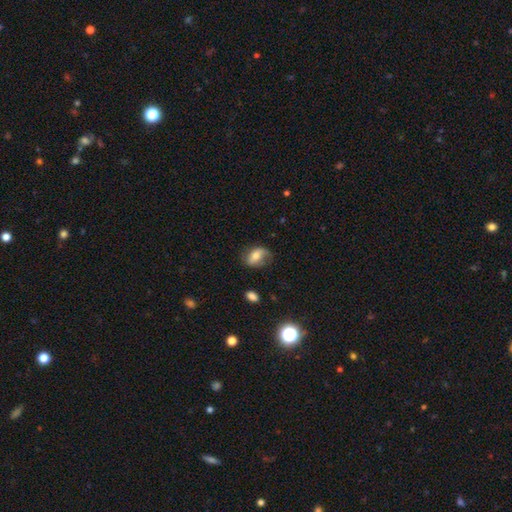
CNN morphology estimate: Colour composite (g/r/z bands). It shows a smooth galaxy with no disk features (57%) that is in between round and cigar-shaped (77%). Merging: none (60%).